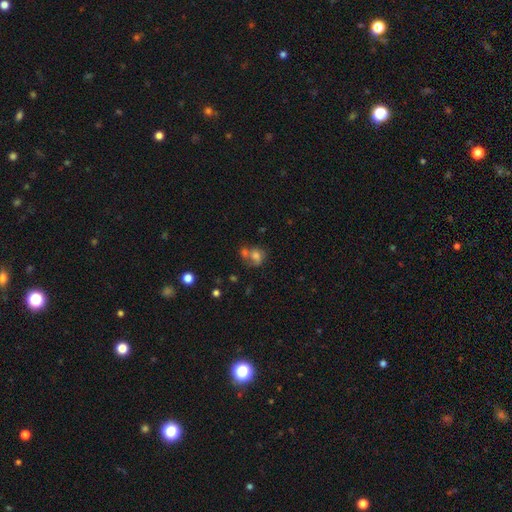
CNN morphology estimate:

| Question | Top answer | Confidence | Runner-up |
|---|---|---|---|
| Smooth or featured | smooth | 67% | featured or disk (20%) |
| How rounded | round | 60% | in between (39%) |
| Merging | merger | 46% | none (30%) |